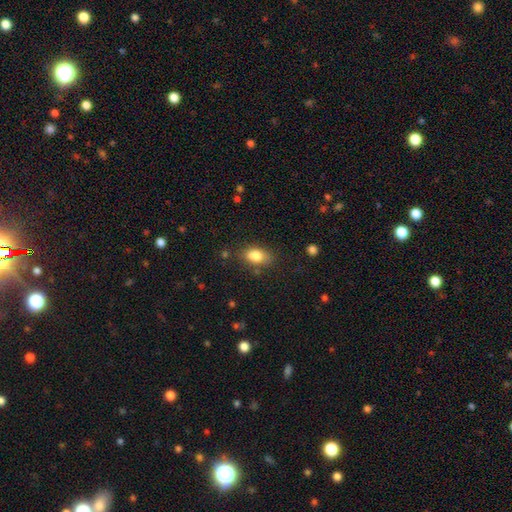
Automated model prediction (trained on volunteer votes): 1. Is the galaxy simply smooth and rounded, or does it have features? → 84% smooth, 8% star or artifact, 8% featured or disk.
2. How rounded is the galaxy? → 87% in between, 10% round, 3% cigar-shaped.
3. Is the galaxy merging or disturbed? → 76% none, 17% minor disturbance, 4% major disturbance, 3% merger.